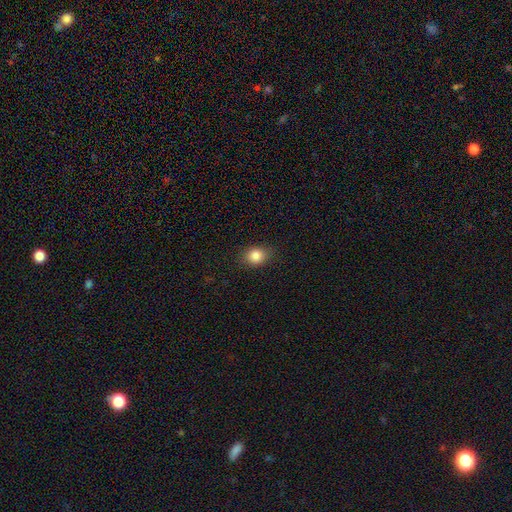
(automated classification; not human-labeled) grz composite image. It shows a smooth galaxy with no disk features (84%) that is round (55%). Merging: none (84%).